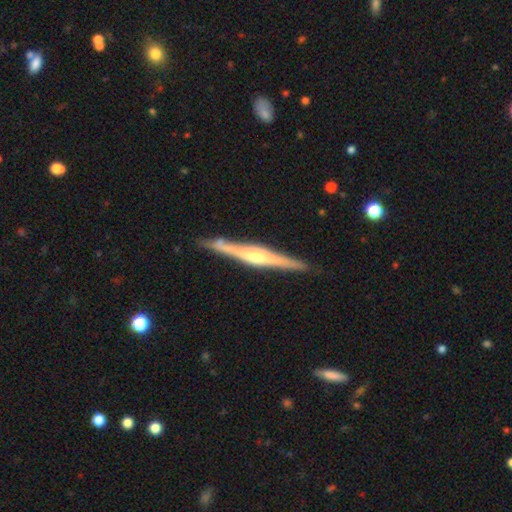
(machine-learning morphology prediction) A featured or disk galaxy (81%) viewed edge-on (98%) with a rounded central bulge (79%). Merging: none (87%).